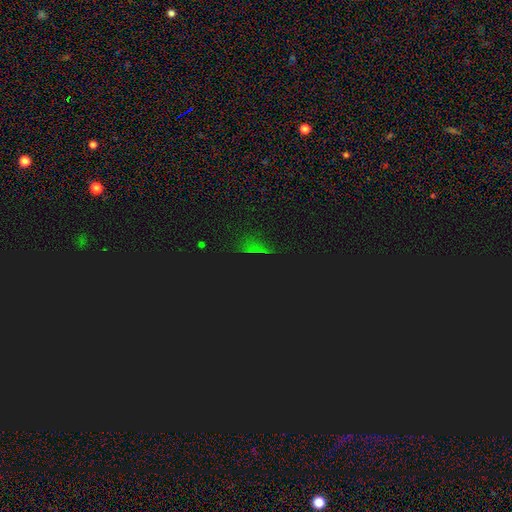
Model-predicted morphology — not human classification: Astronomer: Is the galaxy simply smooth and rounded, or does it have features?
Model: star or artifact — 75%.